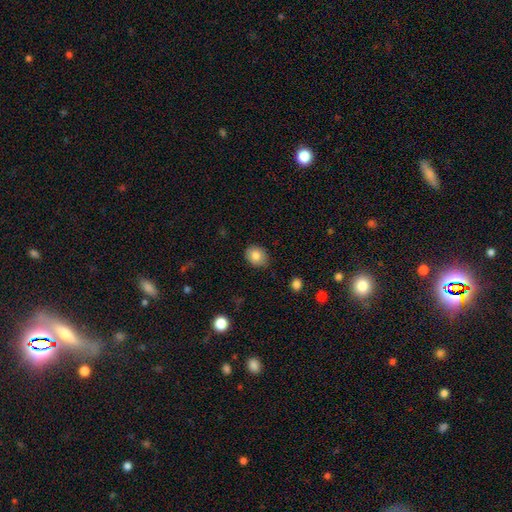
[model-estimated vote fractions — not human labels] The model was most divided on "how rounded": round: 52%, in between: 48%, cigar-shaped: 1%. More confident: merging — none (83%); smooth or featured — smooth (82%).